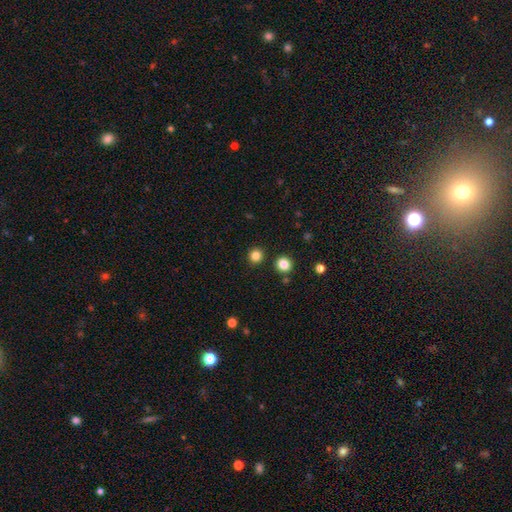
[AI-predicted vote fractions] Morphology: type=smooth (82%); roundness=round (93%); merging=none (89%).